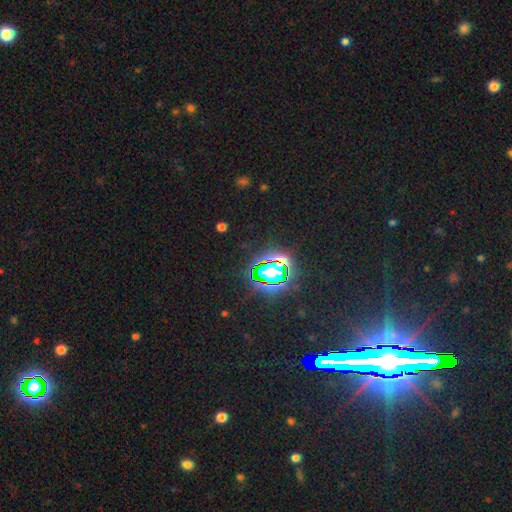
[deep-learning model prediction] smooth-or-featured: star or artifact: 82% | smooth: 10% | featured or disk: 8%